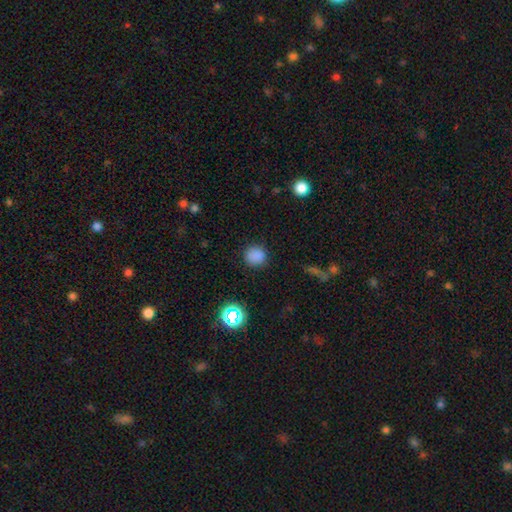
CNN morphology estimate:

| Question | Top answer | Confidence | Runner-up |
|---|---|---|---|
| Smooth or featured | smooth | 81% | star or artifact (15%) |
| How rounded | round | 89% | in between (10%) |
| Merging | none | 87% | minor disturbance (8%) |